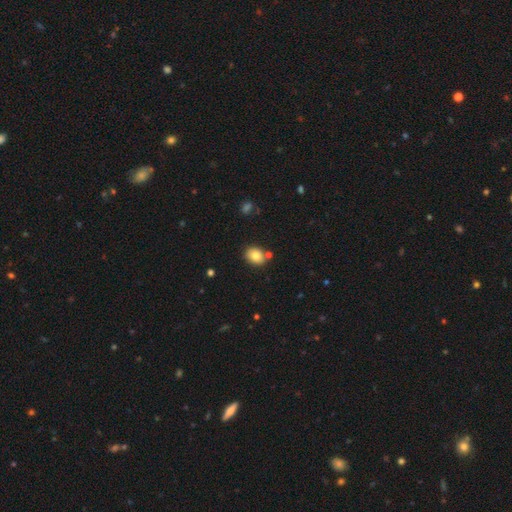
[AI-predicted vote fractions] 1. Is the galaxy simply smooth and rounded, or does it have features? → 82% smooth, 9% star or artifact, 9% featured or disk.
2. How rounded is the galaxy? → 53% in between, 46% round, 1% cigar-shaped.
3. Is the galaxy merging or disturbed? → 76% none, 11% minor disturbance, 10% merger, 3% major disturbance.